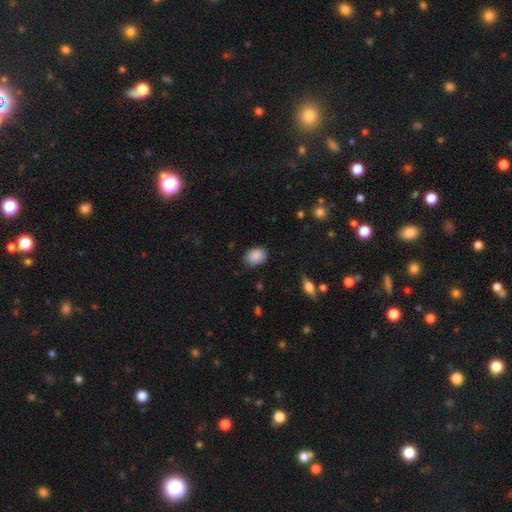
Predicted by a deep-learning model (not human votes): Smooth or featured: smooth — 88% (star or artifact — 7%)
How rounded: in between — 78% (round — 21%)
Merging: none — 81% (minor disturbance — 15%)